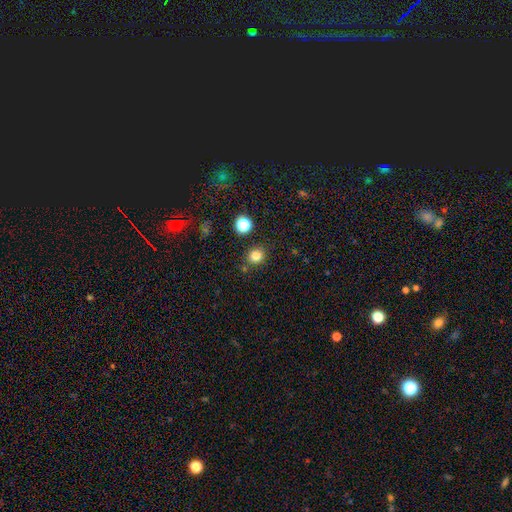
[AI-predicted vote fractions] This appears to be a smooth galaxy with no disk features (81%) that is round (79%). Merging: none (83%).